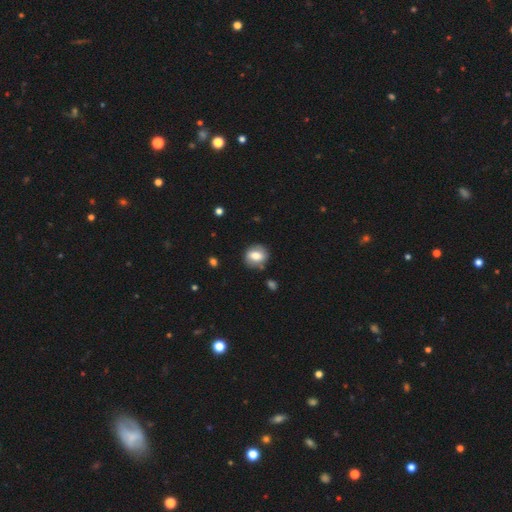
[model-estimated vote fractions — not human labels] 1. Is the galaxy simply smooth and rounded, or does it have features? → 69% smooth, 23% featured or disk, 8% star or artifact.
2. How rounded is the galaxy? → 59% round, 40% in between, 1% cigar-shaped.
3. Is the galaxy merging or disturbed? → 80% none, 14% minor disturbance, 4% major disturbance, 3% merger.